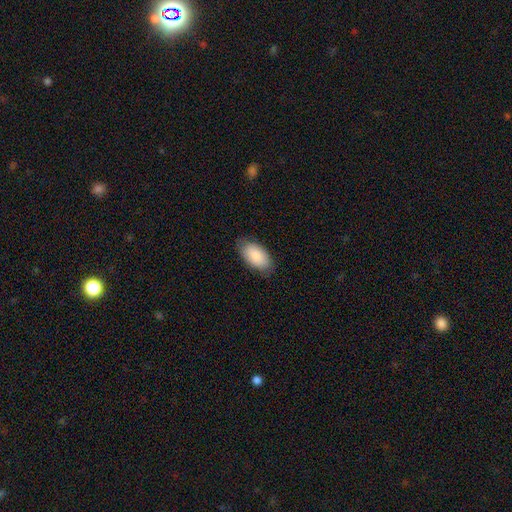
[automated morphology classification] smooth_or_featured: smooth (p=0.88) [alt: featured or disk p=0.07]
how_rounded: in between (p=0.95) [alt: round p=0.03]
merging: none (p=0.80) [alt: minor disturbance p=0.16]